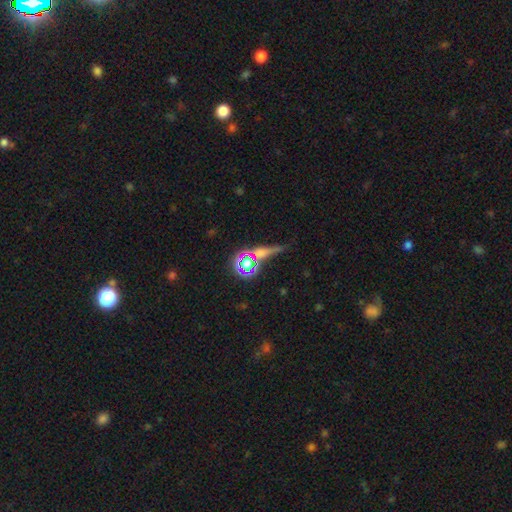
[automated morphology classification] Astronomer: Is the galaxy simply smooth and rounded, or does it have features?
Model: star or artifact — 54%.